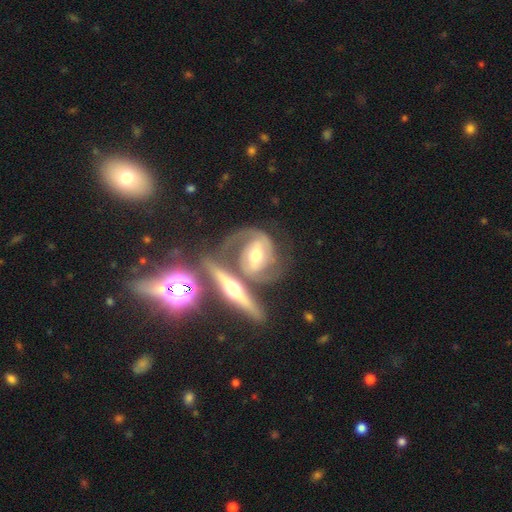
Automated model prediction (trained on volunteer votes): A featured or disk galaxy (82%) with a strong bar (40%), 2 (82%) medium (45%) spiral arms (91%) and a moderate central bulge (67%).

Vote fractions:
- Smooth or featured? featured or disk: 82% / smooth: 11% / star or artifact: 7%
- Edge-on disk? no: 83% / yes: 17%
- Bar? strong: 40% / weak: 36% / no: 24%
- Spiral arms? yes: 91% / no: 9%
- Spiral winding? medium: 45% / tight: 41% / loose: 14%
- Spiral arm count? 2: 82% / can't tell: 8% / 1: 4% / 3: 3% / 4: 1% / more than 4: 1%
- Bulge size? moderate: 67% / small: 20% / large: 10% / none: 2% / dominant: 2%
- Merging? none: 44% / merger: 33% / minor disturbance: 14% / major disturbance: 9%